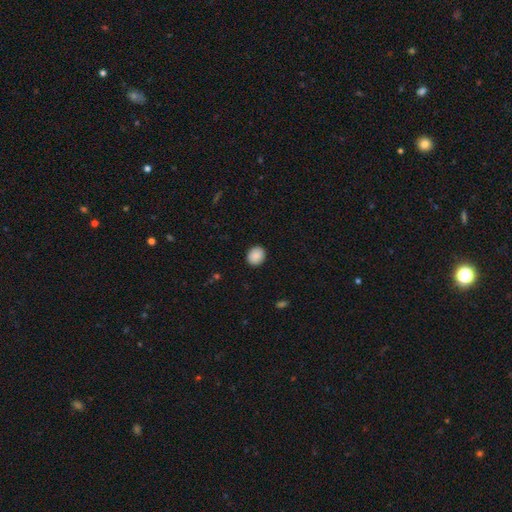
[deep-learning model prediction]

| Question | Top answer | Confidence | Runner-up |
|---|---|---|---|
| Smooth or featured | smooth | 90% | star or artifact (8%) |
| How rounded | round | 67% | in between (32%) |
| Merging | none | 91% | minor disturbance (6%) |